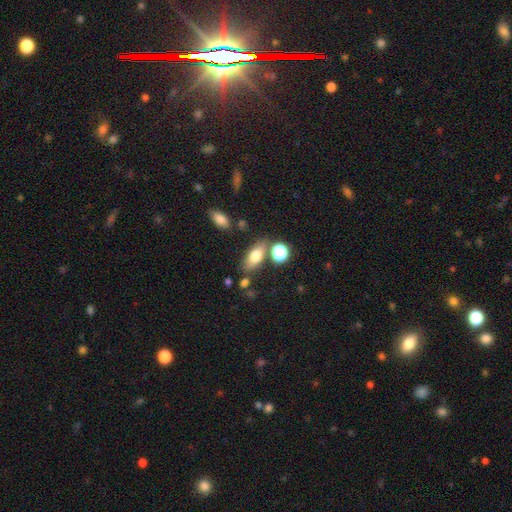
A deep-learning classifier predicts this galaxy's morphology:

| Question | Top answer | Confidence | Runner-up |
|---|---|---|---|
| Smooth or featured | smooth | 73% | featured or disk (16%) |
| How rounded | in between | 80% | cigar-shaped (11%) |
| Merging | none | 71% | minor disturbance (14%) |